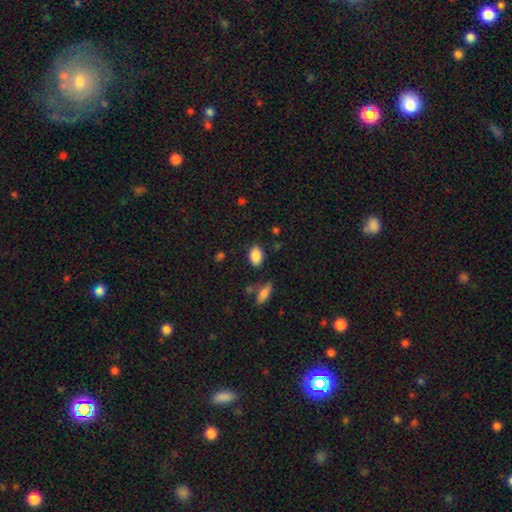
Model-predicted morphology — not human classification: smooth_or_featured: smooth (p=0.88) [alt: star or artifact p=0.08]
how_rounded: in between (p=0.84) [alt: round p=0.15]
merging: none (p=0.82) [alt: minor disturbance p=0.12]